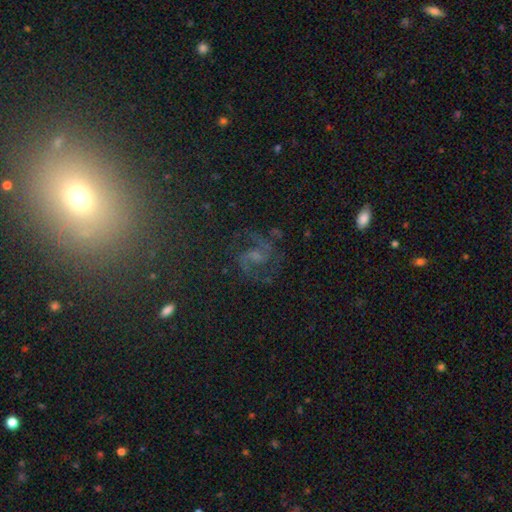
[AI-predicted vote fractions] Smooth or featured? Predicted: featured or disk (p=0.75). Edge-on disk? Predicted: no (p=0.98). Bar? Predicted: weak (p=0.50). Spiral arms? Predicted: yes (p=0.96). Spiral winding? Predicted: medium (p=0.59). Spiral arm count? Predicted: 2 (p=0.88). Bulge size? Predicted: small (p=0.48). Merging? Predicted: none (p=0.76).